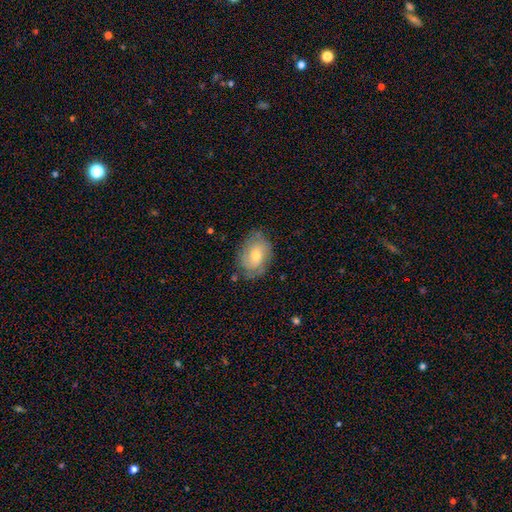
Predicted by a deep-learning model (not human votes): smooth_or_featured: featured or disk (p=0.46) [alt: smooth p=0.45]
merging: none (p=0.72) [alt: minor disturbance p=0.20]